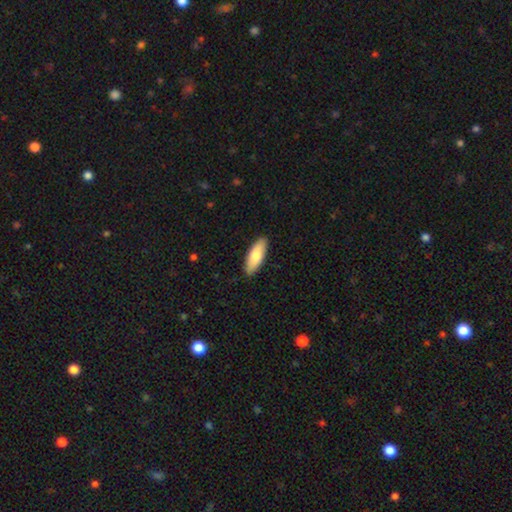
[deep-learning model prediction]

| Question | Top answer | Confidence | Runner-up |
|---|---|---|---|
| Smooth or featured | smooth | 80% | featured or disk (15%) |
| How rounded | in between | 69% | cigar-shaped (29%) |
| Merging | none | 90% | minor disturbance (8%) |